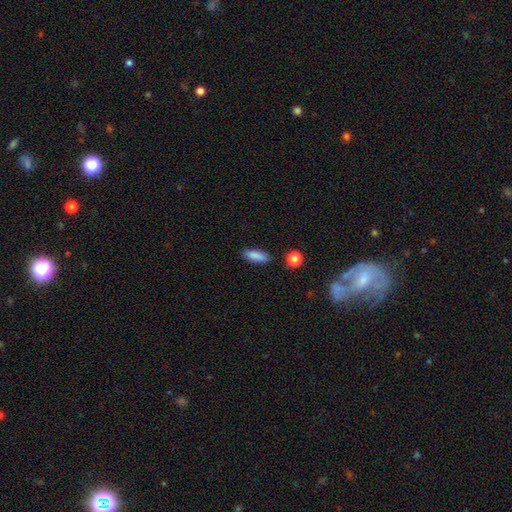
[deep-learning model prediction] smooth_or_featured: smooth (p=0.87) [alt: star or artifact p=0.08]
how_rounded: in between (p=0.61) [alt: cigar-shaped p=0.36]
merging: none (p=0.84) [alt: minor disturbance p=0.11]